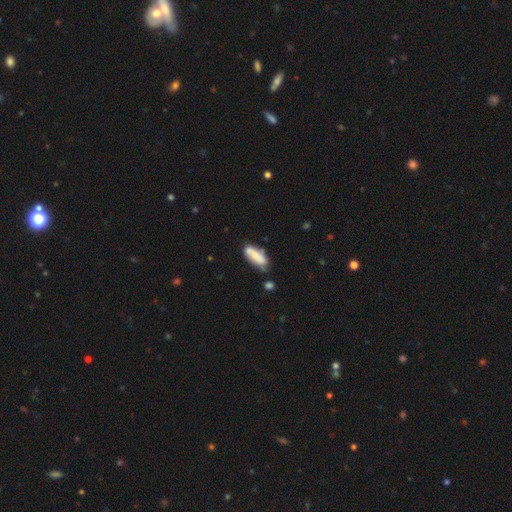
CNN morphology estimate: A smooth galaxy with no disk features (69%) that is in between round and cigar-shaped (70%).

Vote fractions:
- Smooth or featured? smooth: 69% / featured or disk: 24% / star or artifact: 7%
- How rounded? in between: 70% / cigar-shaped: 28% / round: 2%
- Merging? none: 54% / minor disturbance: 25% / merger: 13% / major disturbance: 8%